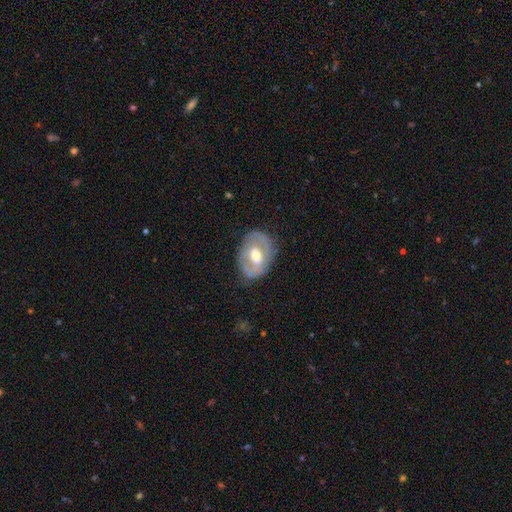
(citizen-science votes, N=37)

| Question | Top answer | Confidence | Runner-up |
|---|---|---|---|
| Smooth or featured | featured or disk | 68% | smooth (30%) |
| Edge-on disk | no | 96% | yes (4%) |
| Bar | no | 67% | weak (25%) |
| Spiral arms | no | 75% | yes (25%) |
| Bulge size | moderate | 75% | large (12%) |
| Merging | none | 64% | minor disturbance (22%) |